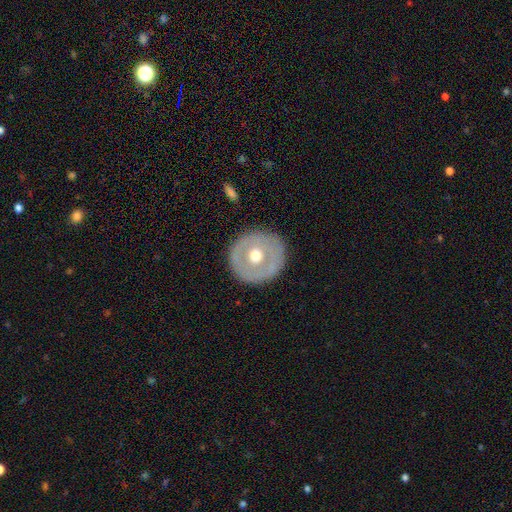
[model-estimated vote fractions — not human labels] A featured or disk galaxy (52%).

Vote fractions:
- Smooth or featured? featured or disk: 52% / smooth: 42% / star or artifact: 6%
- Edge-on disk? no: 94% / yes: 6%
- Merging? none: 86% / minor disturbance: 9% / major disturbance: 4% / merger: 1%